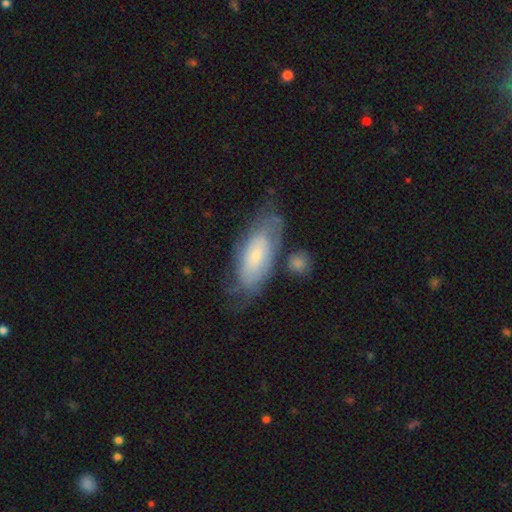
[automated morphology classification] This is possibly a smooth galaxy (50%). Merging: possibly none (55%).